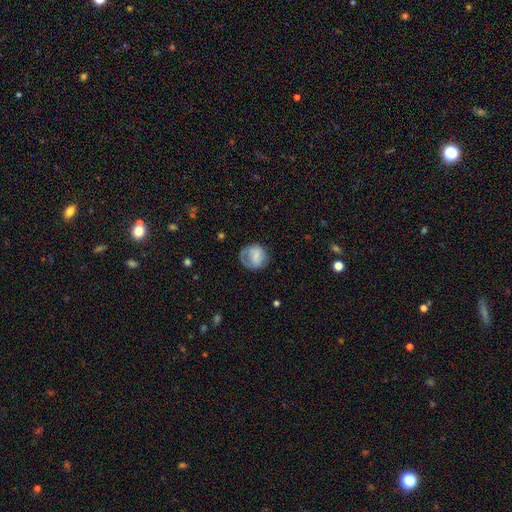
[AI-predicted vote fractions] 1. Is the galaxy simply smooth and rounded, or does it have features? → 64% smooth, 28% featured or disk, 8% star or artifact.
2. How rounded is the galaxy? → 79% round, 20% in between, 1% cigar-shaped.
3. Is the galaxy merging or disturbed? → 52% none, 25% minor disturbance, 21% major disturbance, 2% merger.